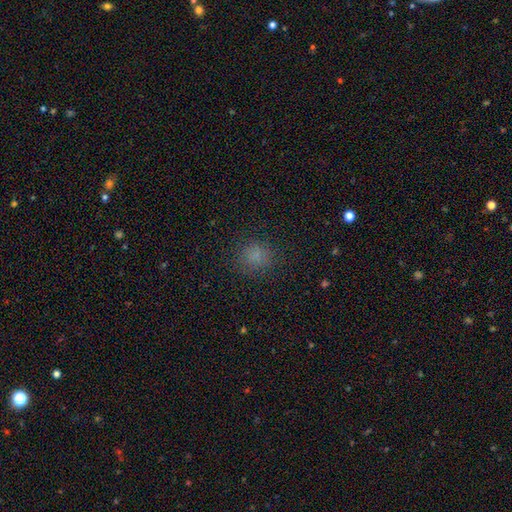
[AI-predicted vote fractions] Smooth or featured: smooth — 78% (star or artifact — 17%)
How rounded: round — 81% (in between — 18%)
Merging: none — 84% (minor disturbance — 11%)